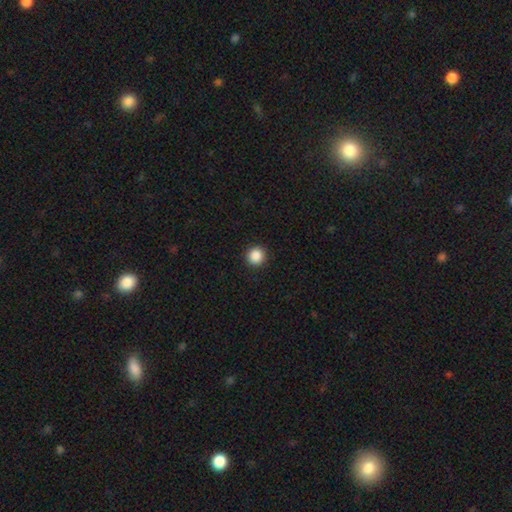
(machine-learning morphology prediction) Q: Smooth or featured?
A: smooth (88%); runner-up: star or artifact (10%)
Q: How rounded?
A: round (95%); runner-up: in between (4%)
Q: Merging?
A: none (93%); runner-up: minor disturbance (5%)